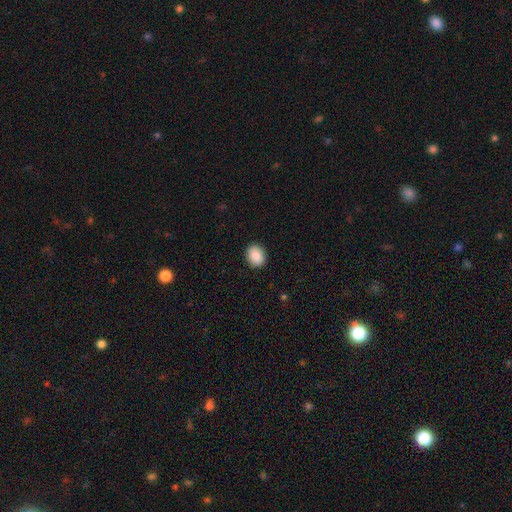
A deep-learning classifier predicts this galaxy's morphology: smooth 90%, star or artifact 7%, featured or disk 3%. Down the decision tree: how rounded — in between (60%); merging — none (90%).